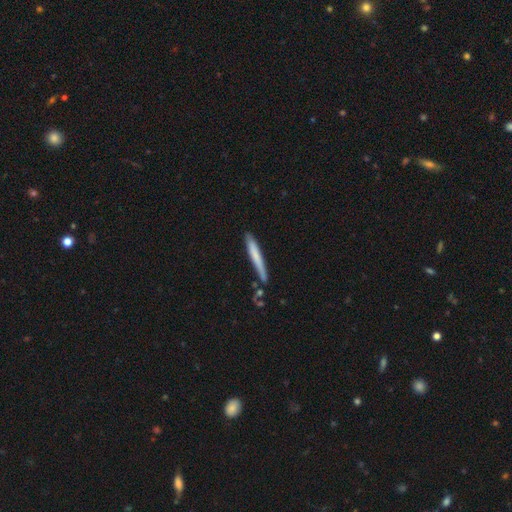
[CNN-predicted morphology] Smooth or featured?
  - smooth: 67% *
  - featured or disk: 27%
  - star or artifact: 6%
How rounded?
  - cigar-shaped: 96% *
  - in between: 3%
  - round: 1%
Merging?
  - none: 76% *
  - minor disturbance: 17%
  - merger: 5%
  - major disturbance: 3%